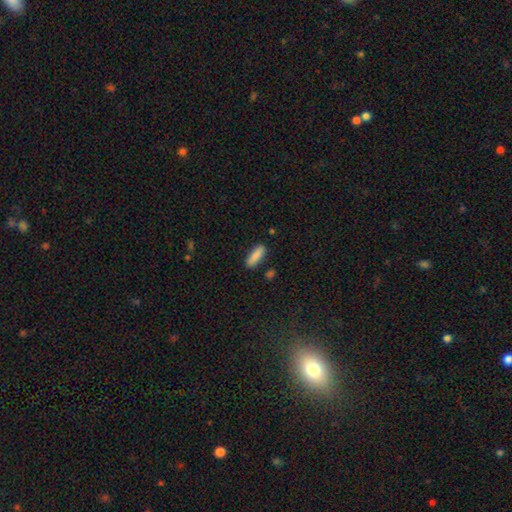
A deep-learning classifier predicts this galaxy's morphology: A smooth galaxy with no disk features (87%) that is in between round and cigar-shaped (49%, tied with cigar-shaped). Merging: none (84%).